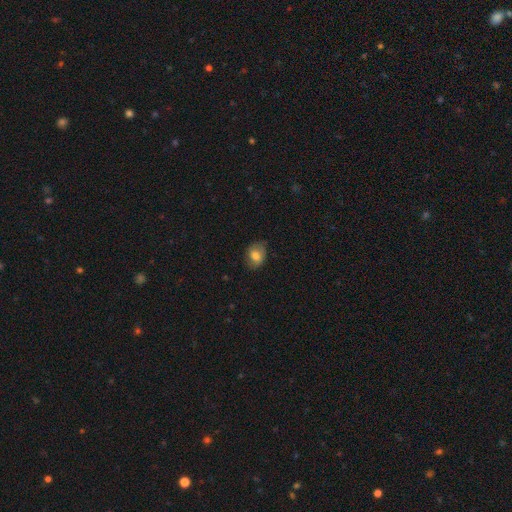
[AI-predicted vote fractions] This is likely a smooth galaxy (75%). How rounded: likely in between (61%). Merging: likely none (74%).